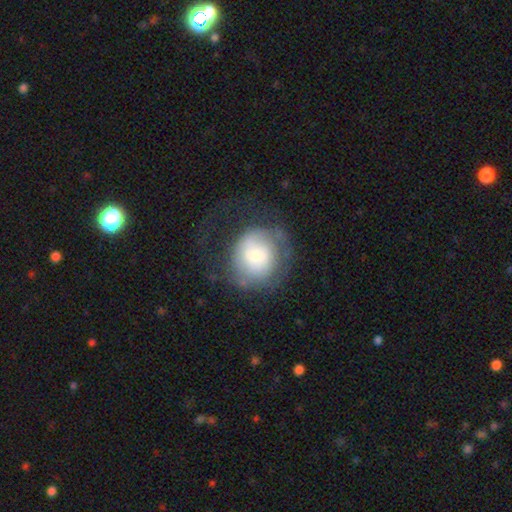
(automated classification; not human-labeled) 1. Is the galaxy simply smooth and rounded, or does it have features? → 51% smooth, 40% featured or disk, 8% star or artifact.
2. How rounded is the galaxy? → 82% round, 17% in between, 1% cigar-shaped.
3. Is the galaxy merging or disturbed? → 47% none, 28% major disturbance, 22% minor disturbance, 2% merger.